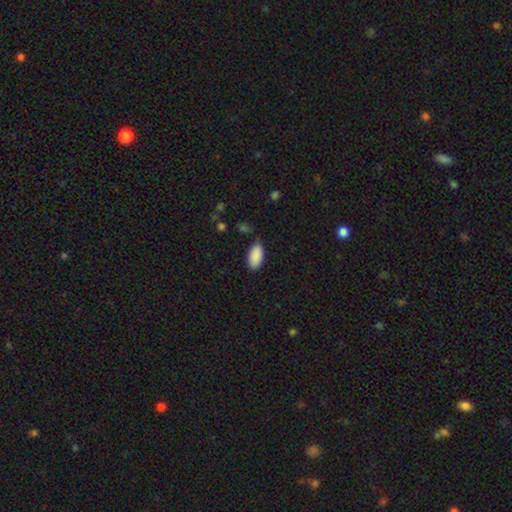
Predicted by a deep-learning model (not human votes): smooth 90%, star or artifact 7%, featured or disk 3%. Down the decision tree: how rounded — in between (95%); merging — none (79%).